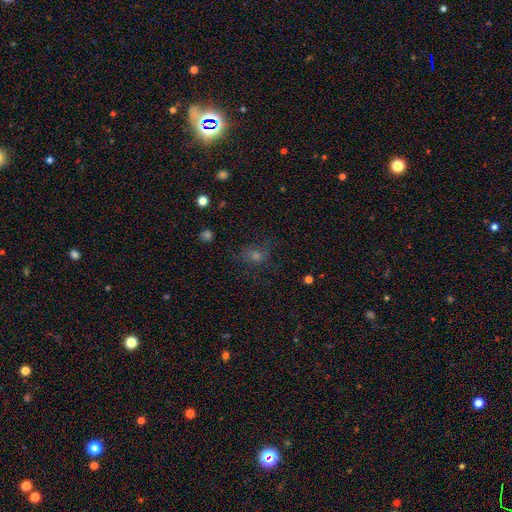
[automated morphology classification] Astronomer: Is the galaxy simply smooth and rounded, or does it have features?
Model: smooth — 40% (runner-up: star or artifact, 38%).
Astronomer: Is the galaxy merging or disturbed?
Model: none — 63%.